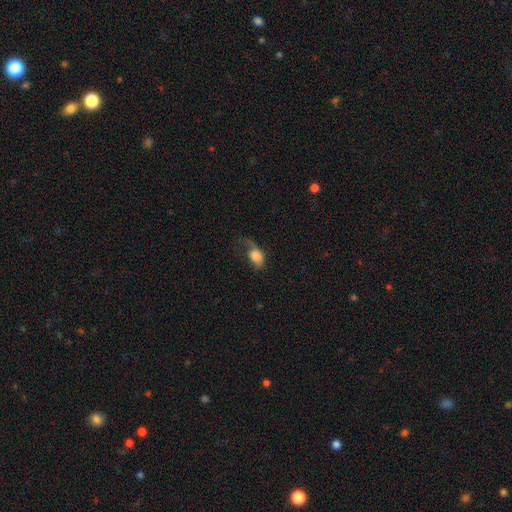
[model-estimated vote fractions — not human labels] This is likely a smooth galaxy (72%). How rounded: likely in between (74%). Merging: possibly major disturbance (50%).